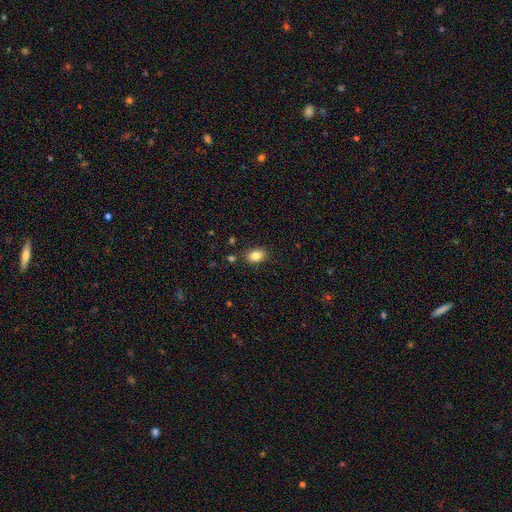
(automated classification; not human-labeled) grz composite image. It shows a smooth galaxy with no disk features (84%) that is in between round and cigar-shaped (74%). Merging: none (84%).